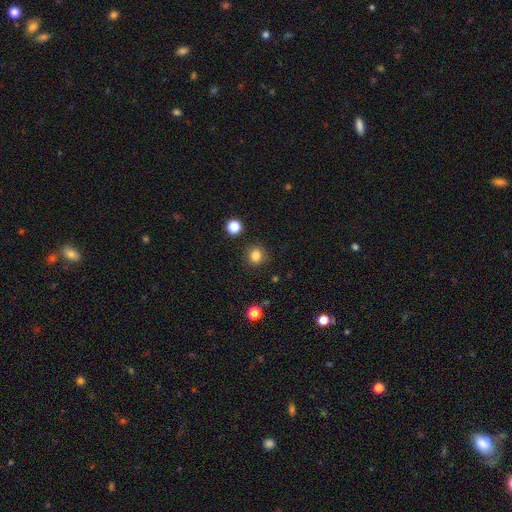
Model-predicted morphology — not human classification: A smooth galaxy with no disk features (83%) that is round (85%). Merging: none (88%).